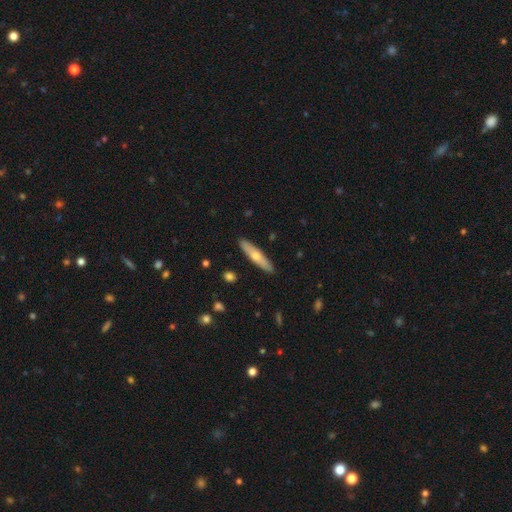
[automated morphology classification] smooth 51%, featured or disk 43%, star or artifact 6%. Down the decision tree: how rounded — cigar-shaped (83%); merging — none (91%).